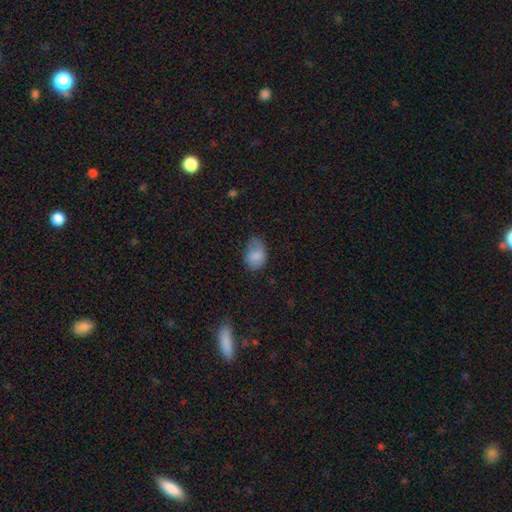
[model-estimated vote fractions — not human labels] Morphology: type=smooth (80%); roundness=in between (82%); merging=none (46%).